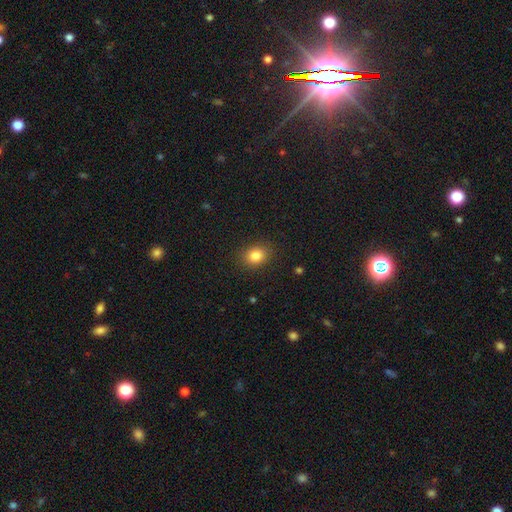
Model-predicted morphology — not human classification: A smooth galaxy with no disk features (83%) that is round (53%). Merging: none (88%).